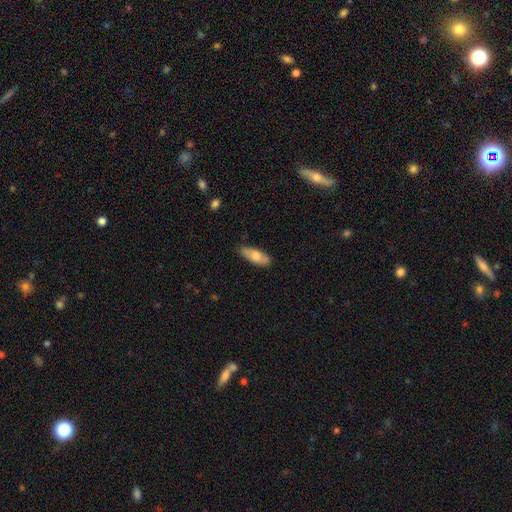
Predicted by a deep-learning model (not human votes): smooth_or_featured: smooth (p=0.70) [alt: featured or disk p=0.24]
how_rounded: in between (p=0.77) [alt: cigar-shaped p=0.21]
merging: none (p=0.83) [alt: minor disturbance p=0.14]